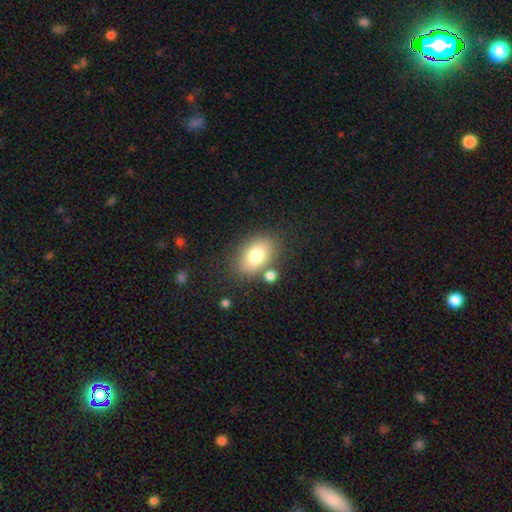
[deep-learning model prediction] Smooth or featured? Predicted: smooth (p=0.77). How rounded? Predicted: in between (p=0.83). Merging? Predicted: none (p=0.73).